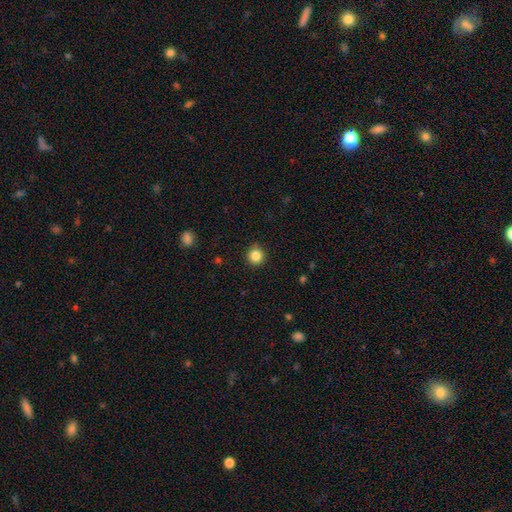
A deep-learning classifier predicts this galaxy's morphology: smooth_or_featured: smooth (p=0.85) [alt: star or artifact p=0.11]
how_rounded: round (p=0.94) [alt: in between p=0.05]
merging: none (p=0.90) [alt: minor disturbance p=0.07]